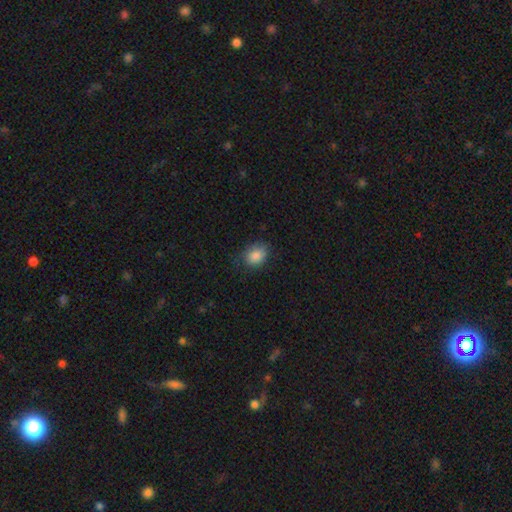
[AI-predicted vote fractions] Smooth or featured: smooth — 86% (star or artifact — 8%)
How rounded: in between — 64% (round — 35%)
Merging: none — 74% (minor disturbance — 20%)